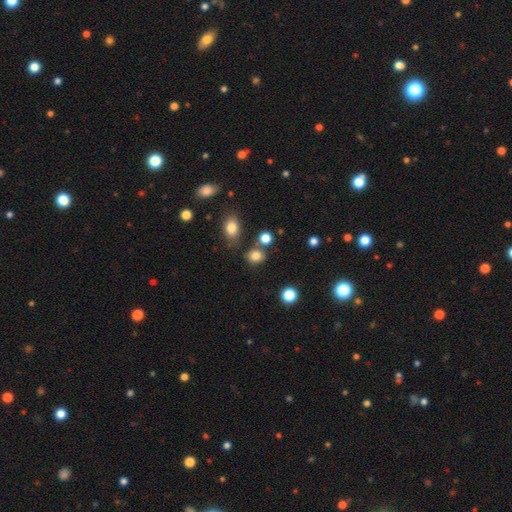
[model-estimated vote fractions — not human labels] A smooth galaxy with no disk features (81%) that is round (69%).

Vote fractions:
- Smooth or featured? smooth: 81% / star or artifact: 13% / featured or disk: 6%
- How rounded? round: 69% / in between: 30% / cigar-shaped: 1%
- Merging? none: 73% / minor disturbance: 13% / merger: 11% / major disturbance: 4%